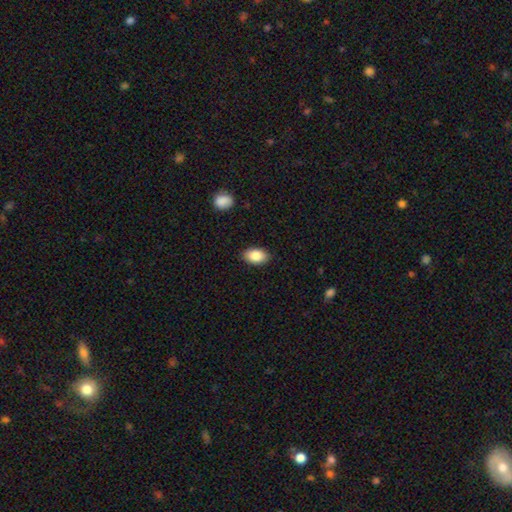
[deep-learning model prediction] Overall: smooth (86%). How rounded: in between (91%). Merging: none (88%).